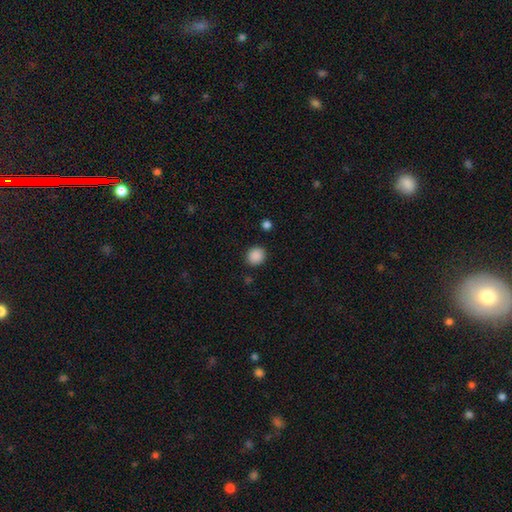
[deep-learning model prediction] This is clearly a smooth galaxy (89%). How rounded: likely round (77%). Merging: clearly none (89%).